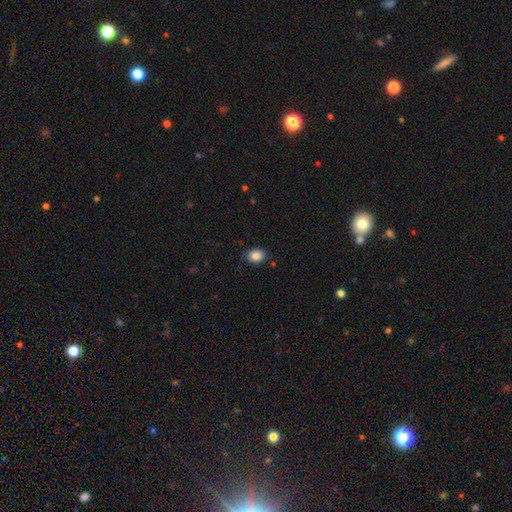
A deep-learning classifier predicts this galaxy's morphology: smooth-or-featured: smooth: 87% | star or artifact: 9% | featured or disk: 5%
  how-rounded: in between: 64% | round: 35% | cigar-shaped: 1%
  merging: none: 85% | minor disturbance: 11% | major disturbance: 2% | merger: 1%